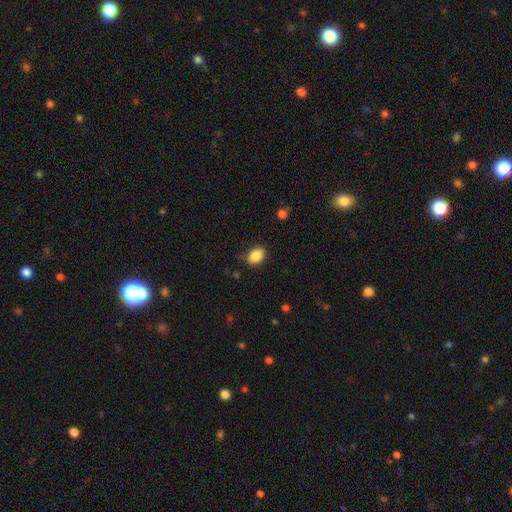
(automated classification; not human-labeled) A smooth galaxy with no disk features (87%) that is in between round and cigar-shaped (81%). Merging: none (80%).